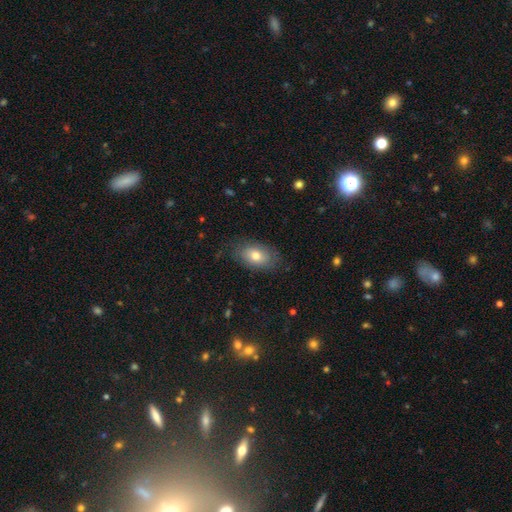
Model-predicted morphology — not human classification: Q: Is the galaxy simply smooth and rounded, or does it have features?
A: smooth — 74%.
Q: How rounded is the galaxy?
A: in between — 88%.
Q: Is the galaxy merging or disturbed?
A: none — 78%.